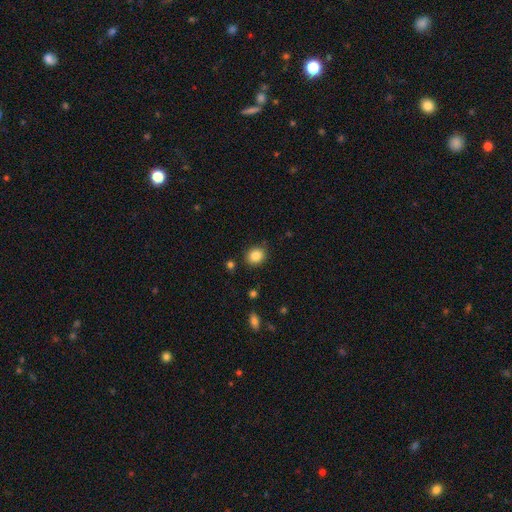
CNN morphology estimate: Smooth or featured? smooth (86%)
How rounded? round (72%)
Merging? none (86%)